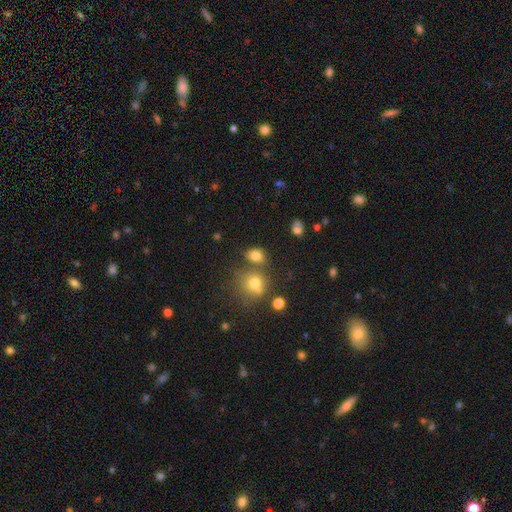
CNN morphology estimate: This is likely a smooth galaxy (78%). How rounded: possibly in between (59%). Merging: likely none (64%).